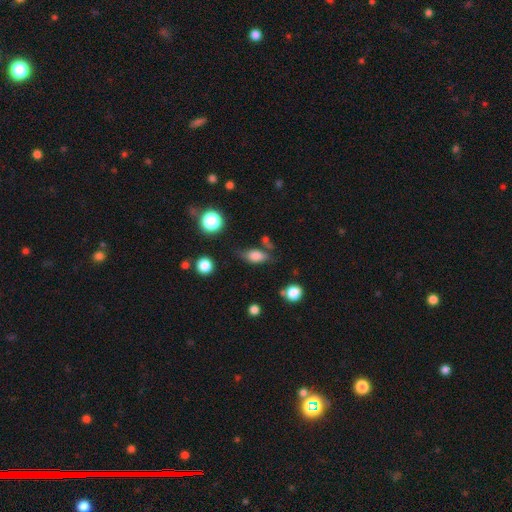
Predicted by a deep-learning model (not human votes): Morphology: type=smooth (76%); roundness=in between (82%); merging=none (64%).